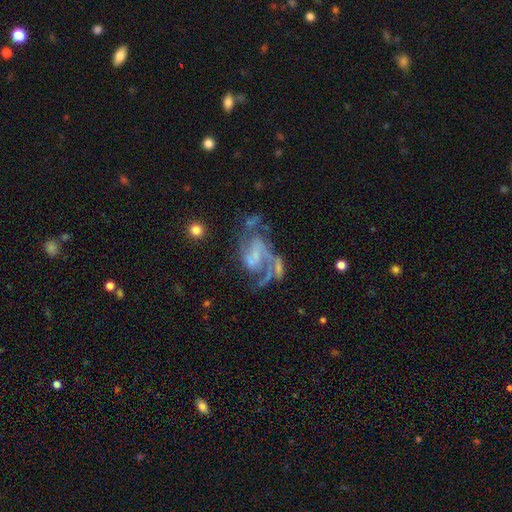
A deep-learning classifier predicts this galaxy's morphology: Smooth or featured? Predicted: featured or disk (p=0.82). Edge-on disk? Predicted: no (p=0.98). Bar? Predicted: no (p=0.47). Spiral arms? Predicted: yes (p=0.87). Spiral winding? Predicted: medium (p=0.45). Spiral arm count? Predicted: 2 (p=0.52). Bulge size? Predicted: none (p=0.45). Merging? Predicted: major disturbance (p=0.36).